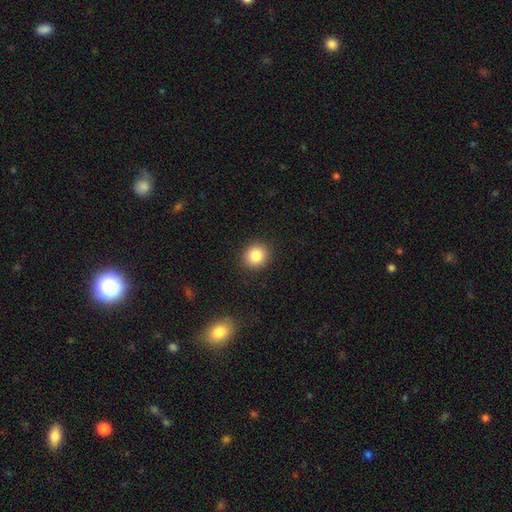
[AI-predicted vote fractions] Smooth or featured: smooth — 84% (star or artifact — 10%)
How rounded: round — 84% (in between — 15%)
Merging: none — 91% (minor disturbance — 6%)